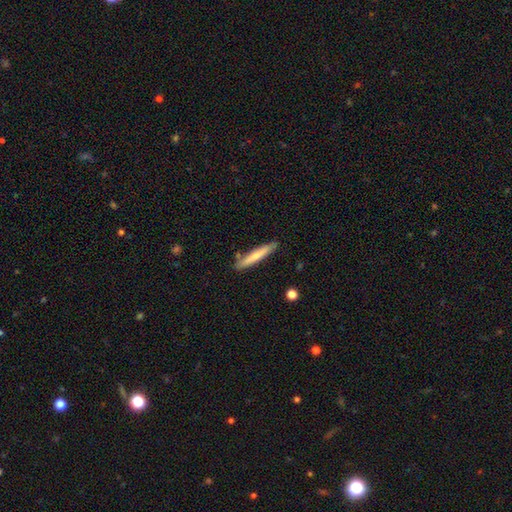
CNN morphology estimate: A smooth galaxy with no disk features (69%) that is cigar-shaped (94%). Merging: none (84%).